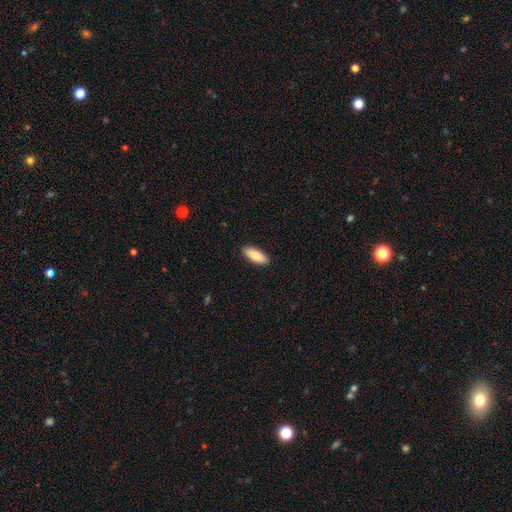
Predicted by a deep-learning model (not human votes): smooth_or_featured: smooth (p=0.85) [alt: featured or disk p=0.10]
how_rounded: in between (p=0.78) [alt: cigar-shaped p=0.20]
merging: none (p=0.90) [alt: minor disturbance p=0.07]